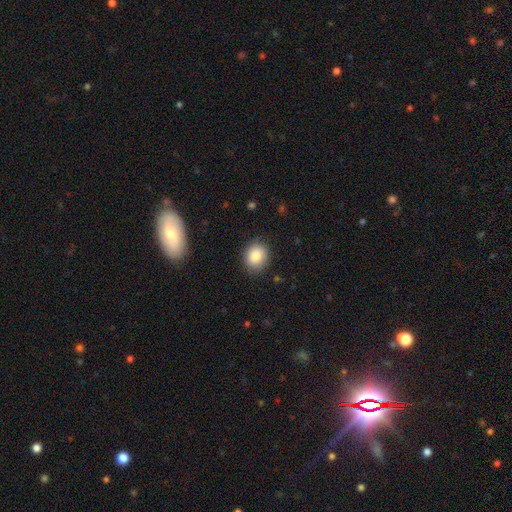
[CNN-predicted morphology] This appears to be a smooth galaxy with no disk features (84%) that is round (58%). Merging: none (85%).